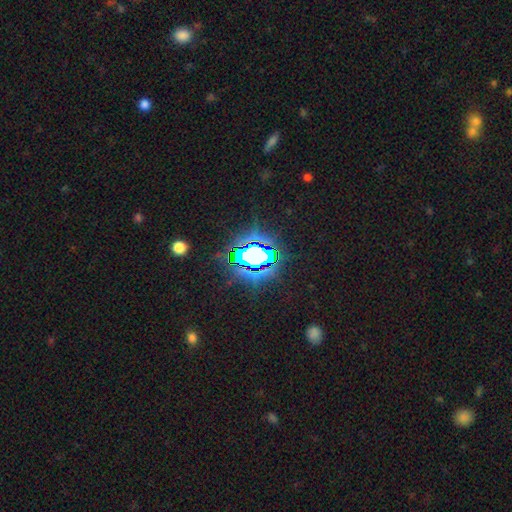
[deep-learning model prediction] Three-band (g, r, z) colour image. It shows a star or artifact, not a galaxy (72%).